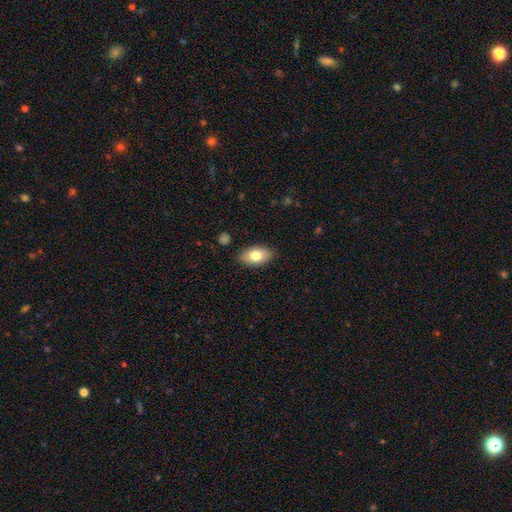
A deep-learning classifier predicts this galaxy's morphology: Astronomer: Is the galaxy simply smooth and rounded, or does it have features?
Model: smooth — 78%.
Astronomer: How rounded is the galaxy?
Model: in between — 92%.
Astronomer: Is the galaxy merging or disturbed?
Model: none — 87%.